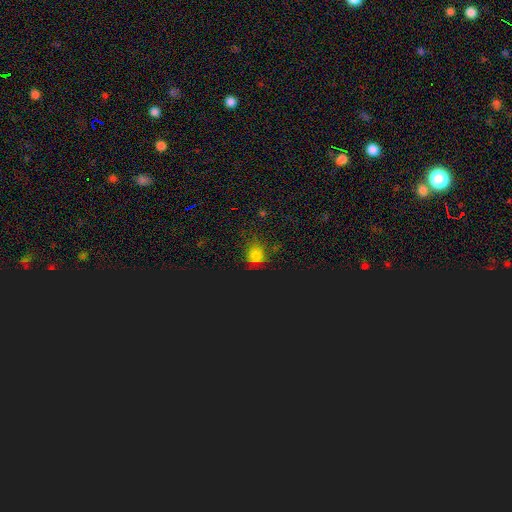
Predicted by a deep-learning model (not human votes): smooth 55%, star or artifact 38%, featured or disk 7%. Down the decision tree: how rounded — round (75%); merging — none (72%).